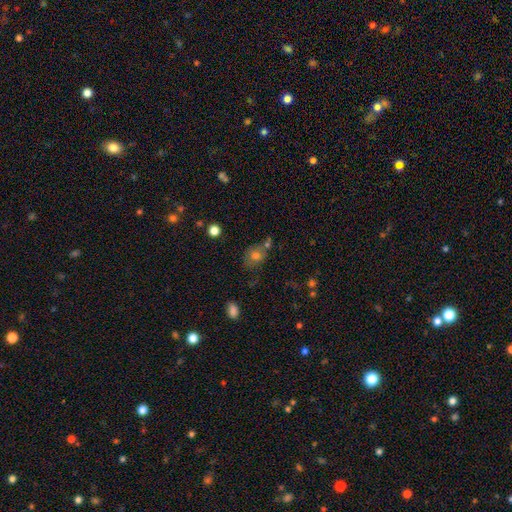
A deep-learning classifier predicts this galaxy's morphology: Smooth or featured? smooth (68%)
How rounded? in between (50%)
Merging? none (49%)